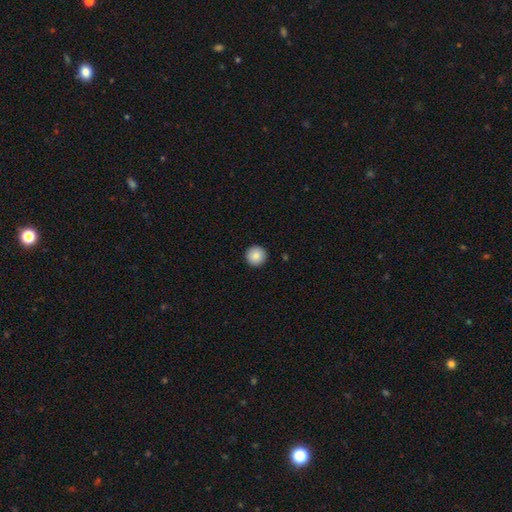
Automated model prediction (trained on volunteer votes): Smooth or featured? smooth (87%)
How rounded? round (97%)
Merging? none (93%)